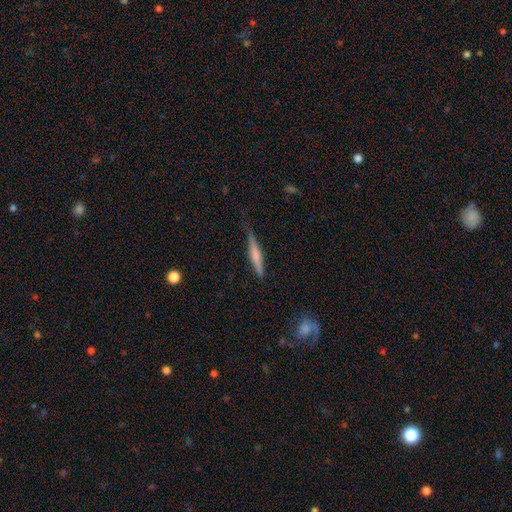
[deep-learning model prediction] Smooth or featured? Predicted: smooth (p=0.48). Merging? Predicted: none (p=0.78).